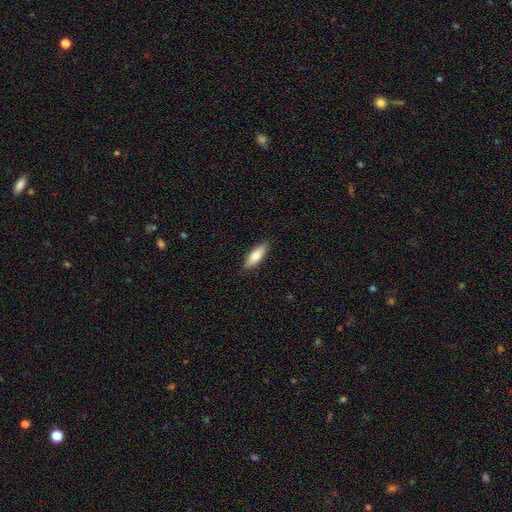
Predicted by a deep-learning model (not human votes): Smooth or featured? Predicted: smooth (p=0.76). How rounded? Predicted: in between (p=0.55). Merging? Predicted: none (p=0.88).